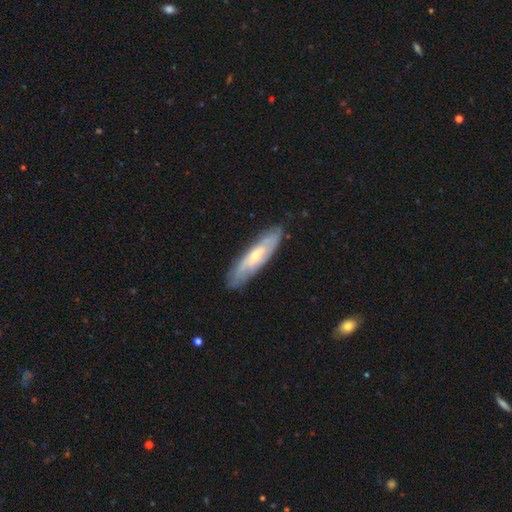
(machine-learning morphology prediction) This appears to be a featured or disk galaxy (63%). Merging: none (83%).